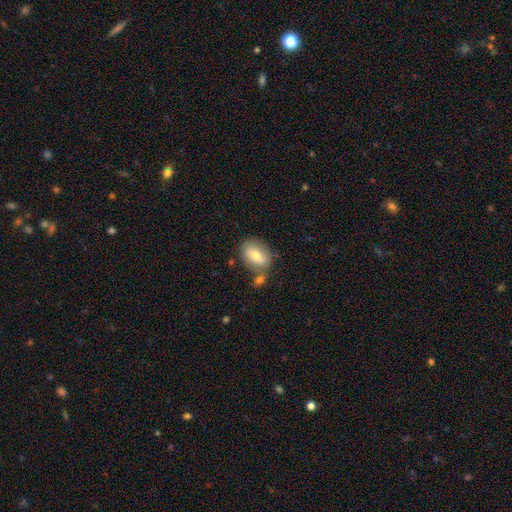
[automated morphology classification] A smooth galaxy with no disk features (69%) that is in between round and cigar-shaped (80%).

Vote fractions:
- Smooth or featured? smooth: 69% / featured or disk: 23% / star or artifact: 8%
- How rounded? in between: 80% / round: 17% / cigar-shaped: 2%
- Merging? none: 63% / merger: 17% / minor disturbance: 15% / major disturbance: 4%